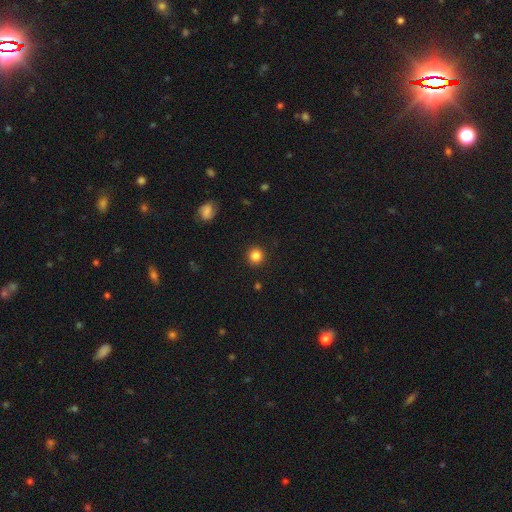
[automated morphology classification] Smooth or featured: smooth — 85% (star or artifact — 11%)
How rounded: round — 94% (in between — 5%)
Merging: none — 92% (minor disturbance — 5%)